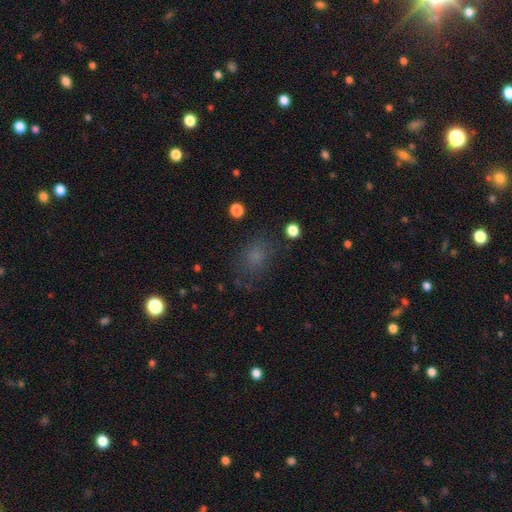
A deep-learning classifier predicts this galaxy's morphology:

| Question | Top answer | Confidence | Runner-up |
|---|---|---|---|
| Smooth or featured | smooth | 71% | star or artifact (19%) |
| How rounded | in between | 57% | round (42%) |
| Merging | none | 71% | minor disturbance (17%) |